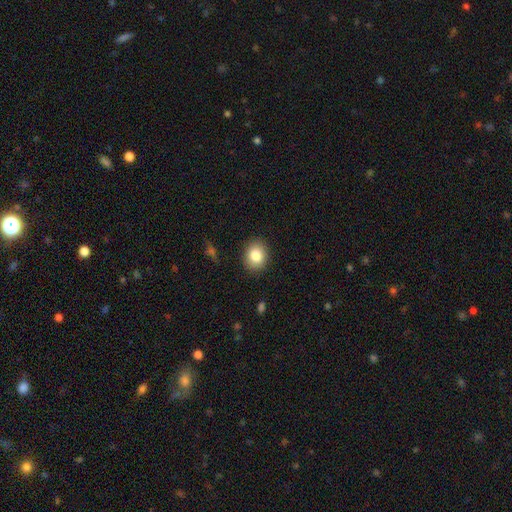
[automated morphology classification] smooth 84%, star or artifact 9%, featured or disk 7%. Down the decision tree: how rounded — round (54%); merging — none (89%).